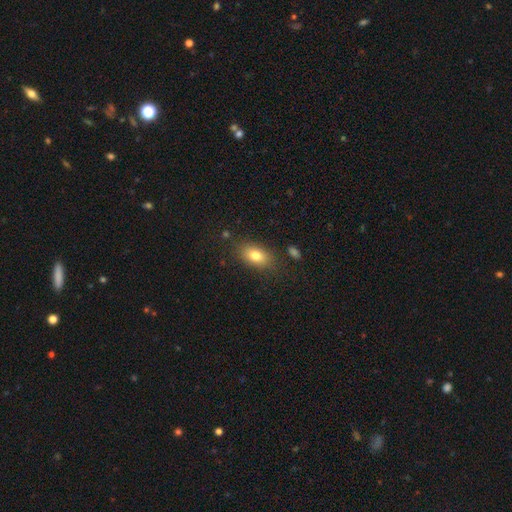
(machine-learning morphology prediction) The model was most divided on "merging": none: 80%, minor disturbance: 13%, major disturbance: 4%, merger: 2%. More confident: how rounded — in between (86%); smooth or featured — smooth (80%).